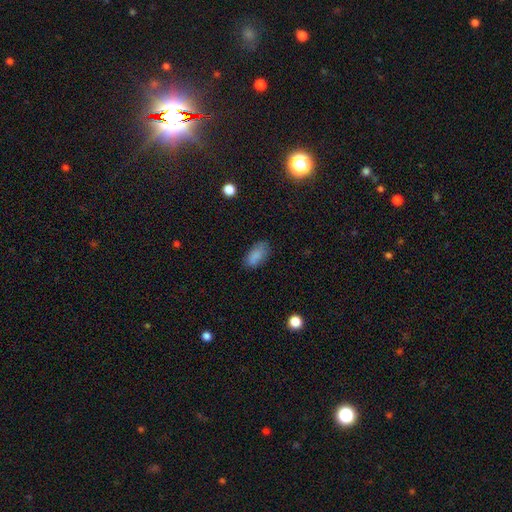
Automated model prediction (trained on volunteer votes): smooth 84%, star or artifact 9%, featured or disk 7%. Down the decision tree: how rounded — in between (92%); merging — none (73%).